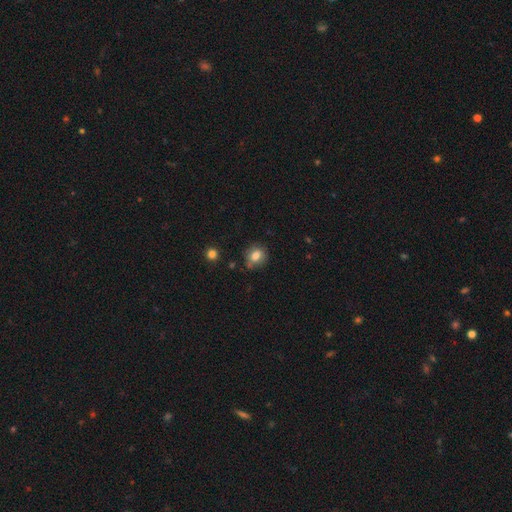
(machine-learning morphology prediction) Smooth or featured?
  - smooth: 78% *
  - featured or disk: 11%
  - star or artifact: 11%
How rounded?
  - round: 66% *
  - in between: 33%
  - cigar-shaped: 1%
Merging?
  - none: 69% *
  - minor disturbance: 22%
  - major disturbance: 5%
  - merger: 4%